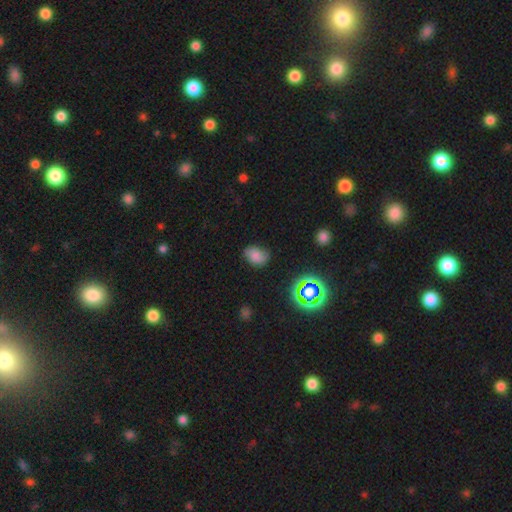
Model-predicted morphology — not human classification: Overall: smooth (70%). How rounded: in between (74%). Merging: none (69%).